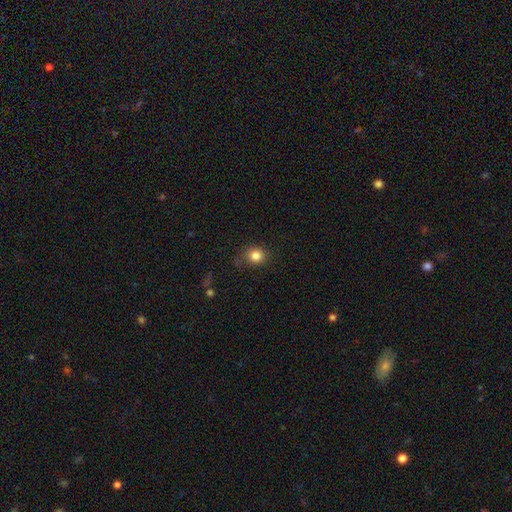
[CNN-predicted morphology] This is clearly a smooth galaxy (84%). How rounded: likely round (77%). Merging: likely none (78%).